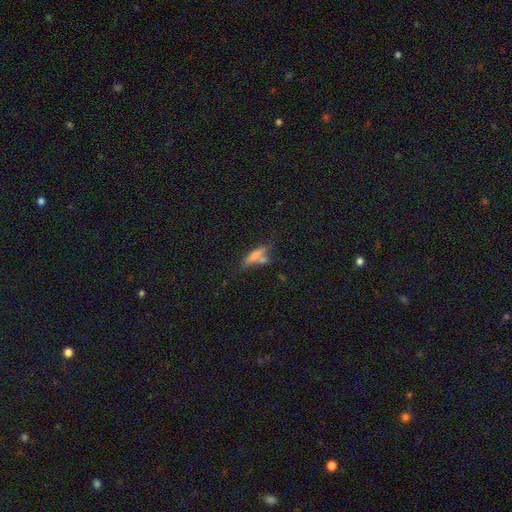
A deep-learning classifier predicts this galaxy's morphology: Smooth or featured? Predicted: smooth (p=0.63). How rounded? Predicted: cigar-shaped (p=0.58). Merging? Predicted: none (p=0.46).